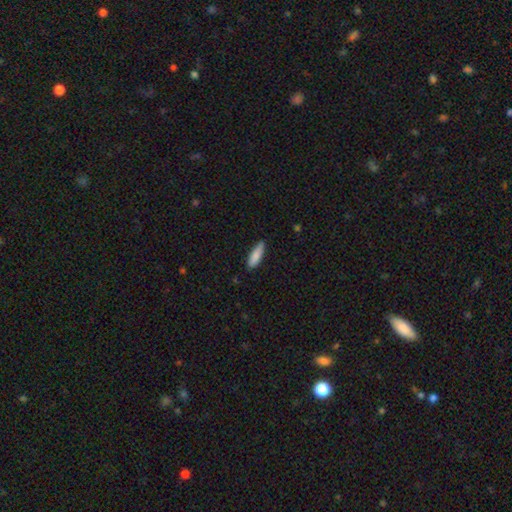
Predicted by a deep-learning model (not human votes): Smooth or featured?
  - smooth: 85% *
  - featured or disk: 9%
  - star or artifact: 6%
How rounded?
  - cigar-shaped: 56% *
  - in between: 42%
  - round: 2%
Merging?
  - none: 79% *
  - minor disturbance: 18%
  - major disturbance: 2%
  - merger: 1%